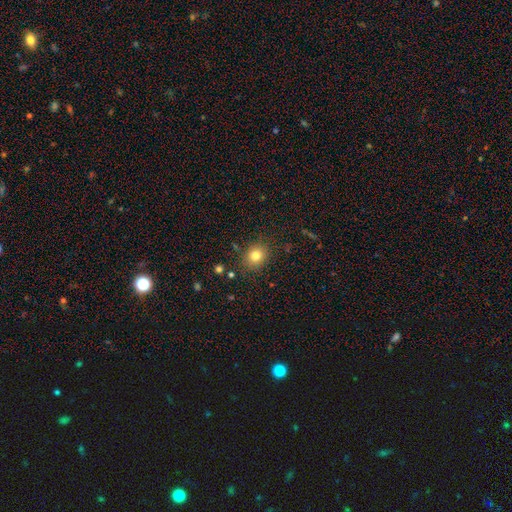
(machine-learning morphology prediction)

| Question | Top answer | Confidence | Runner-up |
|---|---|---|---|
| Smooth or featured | smooth | 81% | star or artifact (12%) |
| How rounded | round | 62% | in between (37%) |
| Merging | none | 85% | minor disturbance (10%) |